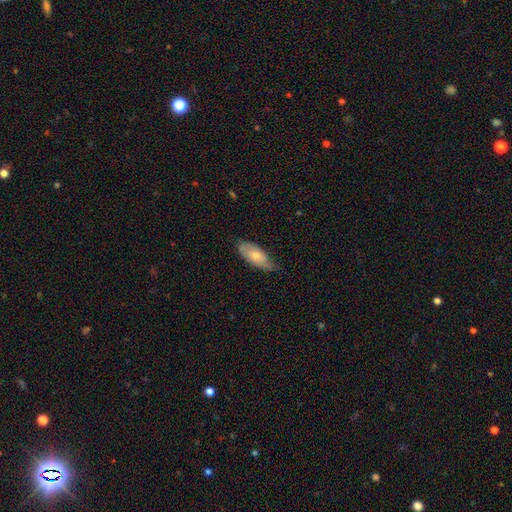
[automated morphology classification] Smooth or featured? smooth (69%)
How rounded? in between (85%)
Merging? none (67%)